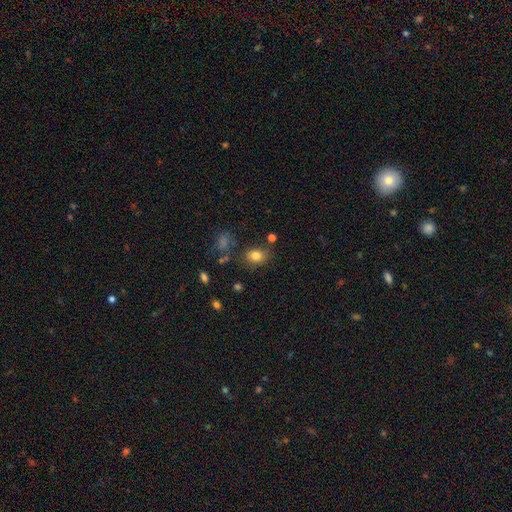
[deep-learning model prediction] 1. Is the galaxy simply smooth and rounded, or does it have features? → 80% smooth, 12% star or artifact, 8% featured or disk.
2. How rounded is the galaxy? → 58% in between, 41% round, 1% cigar-shaped.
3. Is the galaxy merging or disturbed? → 74% none, 16% minor disturbance, 5% major disturbance, 5% merger.